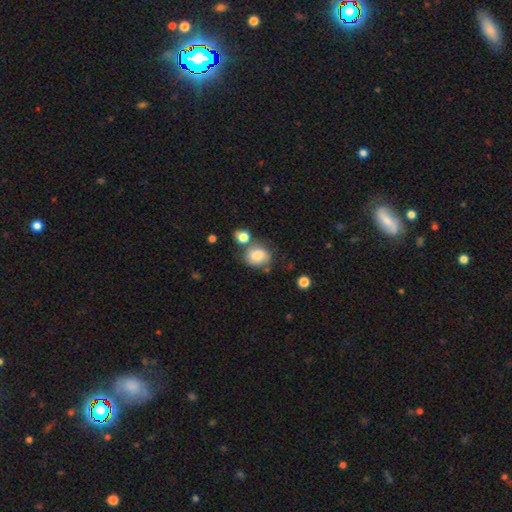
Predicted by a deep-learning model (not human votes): smooth-or-featured: smooth: 77% | featured or disk: 14% | star or artifact: 10%
  how-rounded: round: 56% | in between: 43% | cigar-shaped: 1%
  merging: none: 55% | minor disturbance: 20% | merger: 19% | major disturbance: 7%